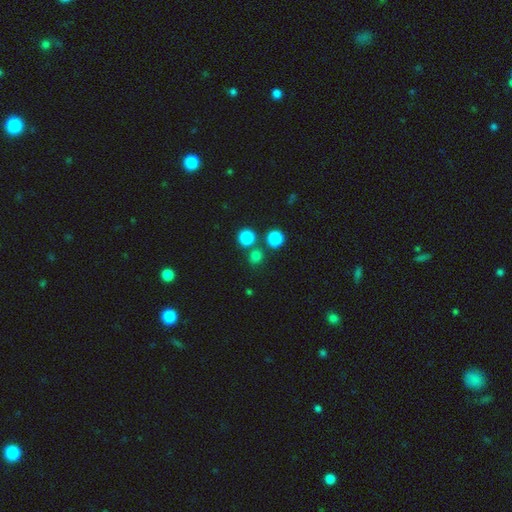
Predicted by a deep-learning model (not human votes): Morphology: type=smooth (78%); roundness=round (87%); merging=none (73%).